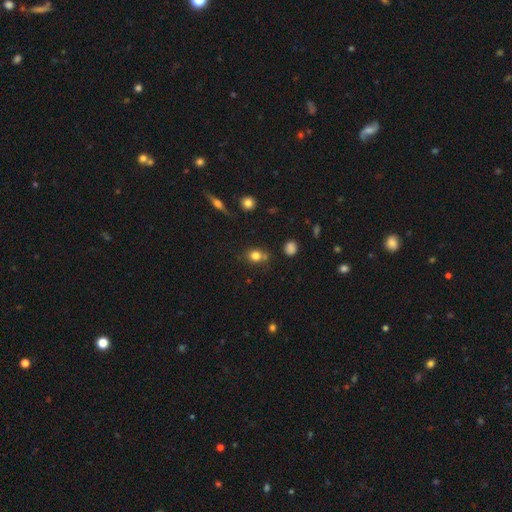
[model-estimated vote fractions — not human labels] Smooth or featured?
  - smooth: 79% *
  - star or artifact: 13%
  - featured or disk: 8%
How rounded?
  - round: 66% *
  - in between: 32%
  - cigar-shaped: 1%
Merging?
  - none: 66% *
  - merger: 15%
  - minor disturbance: 15%
  - major disturbance: 4%